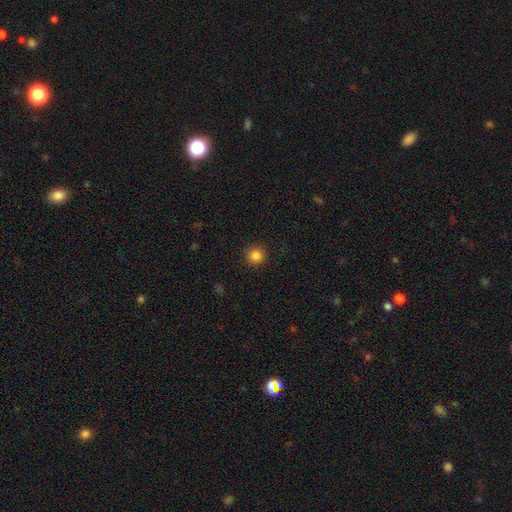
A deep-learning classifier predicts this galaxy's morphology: Smooth or featured? Predicted: smooth (p=0.84). How rounded? Predicted: round (p=0.94). Merging? Predicted: none (p=0.92).